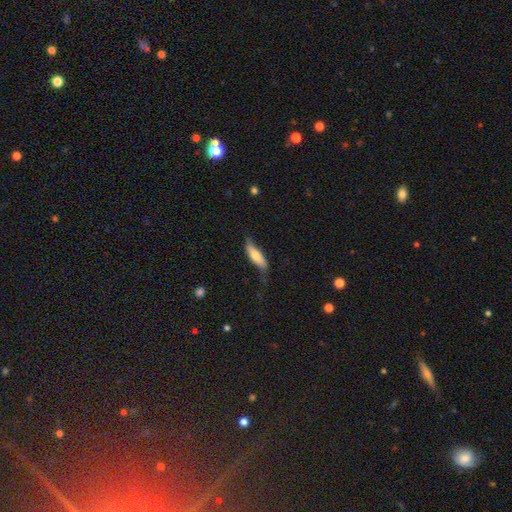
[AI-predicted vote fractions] A smooth galaxy with no disk features (65%) that is in between round and cigar-shaped (49%, tied with cigar-shaped). Merging: none (57%).